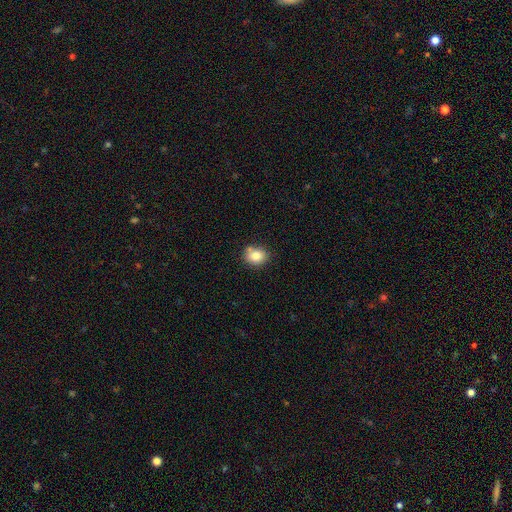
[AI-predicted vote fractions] Overall: smooth (82%). How rounded: round (59%; in between 40%). Merging: none (70%).